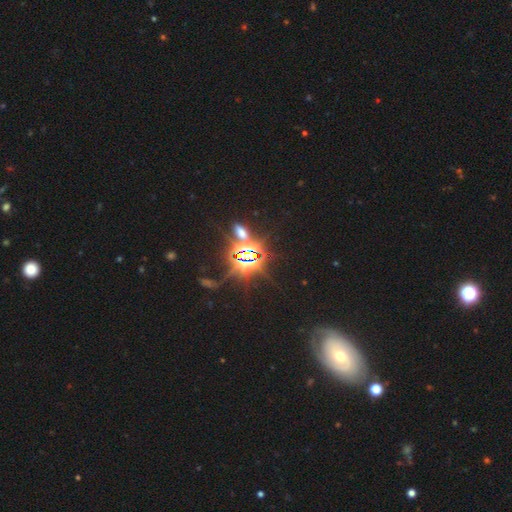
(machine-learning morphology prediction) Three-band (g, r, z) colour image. It shows a star or artifact, not a galaxy (83%).